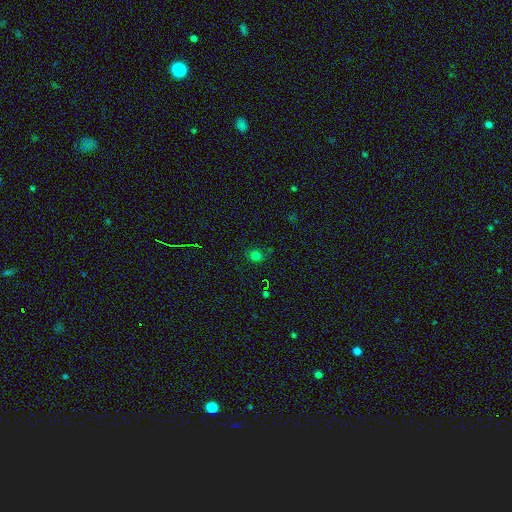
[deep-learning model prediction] This is likely a smooth galaxy (72%). How rounded: likely round (63%). Merging: likely none (78%).